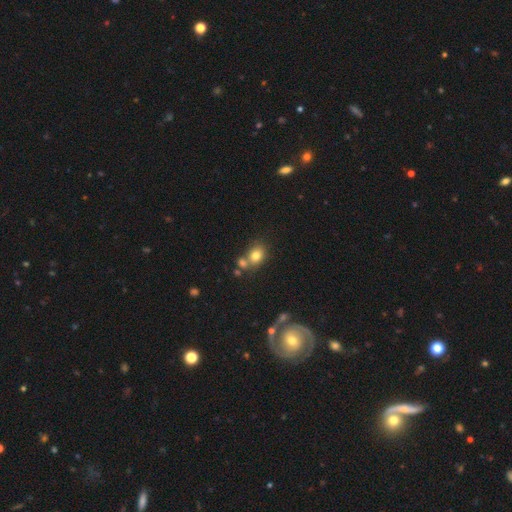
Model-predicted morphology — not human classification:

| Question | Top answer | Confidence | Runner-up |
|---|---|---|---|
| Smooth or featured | smooth | 78% | star or artifact (12%) |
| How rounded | round | 55% | in between (43%) |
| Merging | none | 52% | merger (31%) |